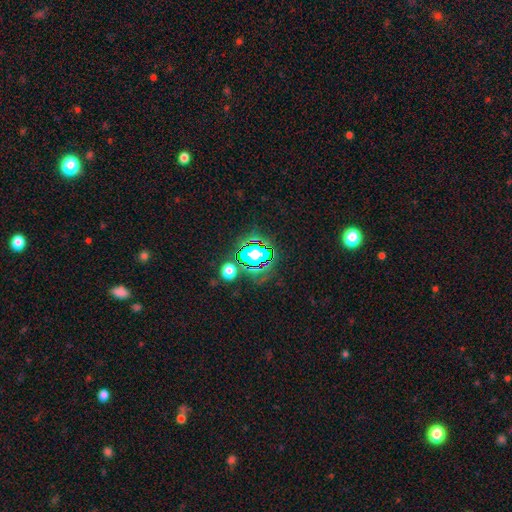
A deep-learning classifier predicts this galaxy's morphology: smooth_or_featured: star or artifact (p=0.57) [alt: smooth p=0.28]